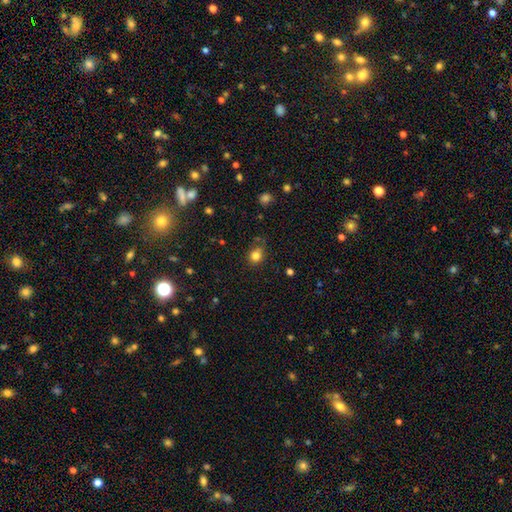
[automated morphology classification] This appears to be a smooth galaxy with no disk features (80%) that is round (77%). Merging: none (69%).